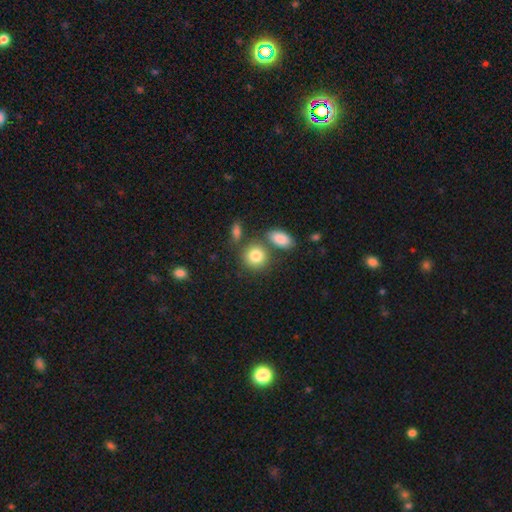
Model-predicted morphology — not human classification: The model was most divided on "merging": none: 63%, merger: 21%, minor disturbance: 12%, major disturbance: 4%. More confident: smooth or featured — smooth (83%); how rounded — round (74%).